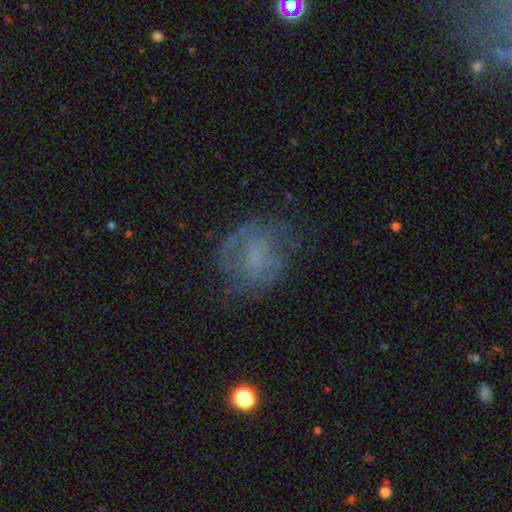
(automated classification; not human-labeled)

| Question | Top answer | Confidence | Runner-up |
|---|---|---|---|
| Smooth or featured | featured or disk | 48% | smooth (38%) |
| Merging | none | 55% | minor disturbance (22%) |